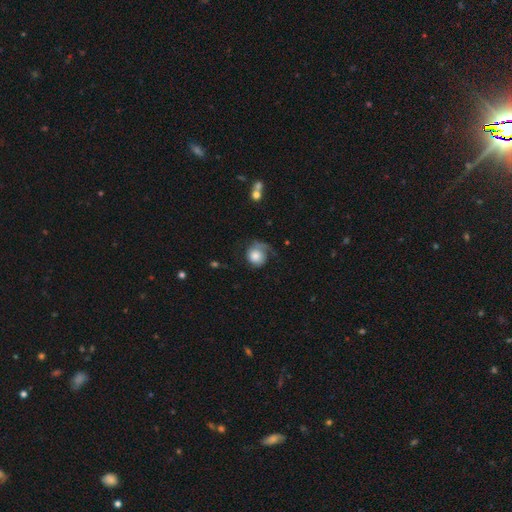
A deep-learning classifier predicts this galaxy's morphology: type=smooth (59%); roundness=round (80%); merging=none (42%).